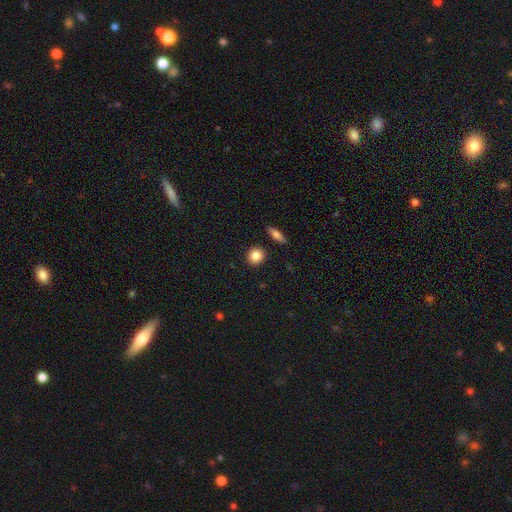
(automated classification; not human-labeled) Morphology: type=smooth (85%); roundness=round (87%); merging=none (90%).